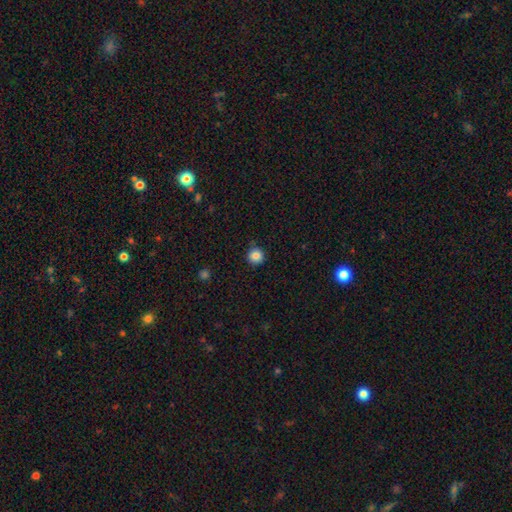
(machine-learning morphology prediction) smooth_or_featured: smooth (p=0.84) [alt: star or artifact p=0.11]
how_rounded: round (p=0.94) [alt: in between p=0.05]
merging: none (p=0.88) [alt: minor disturbance p=0.08]